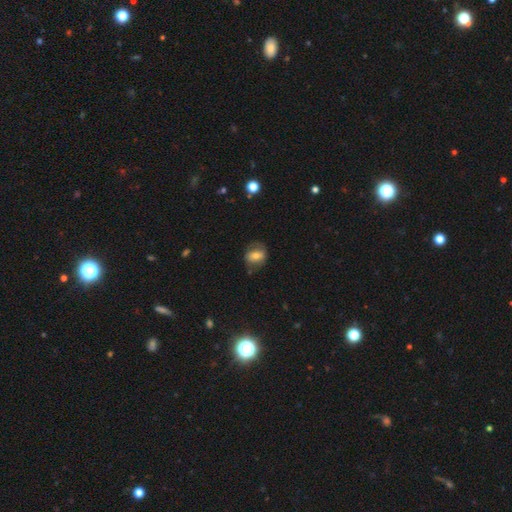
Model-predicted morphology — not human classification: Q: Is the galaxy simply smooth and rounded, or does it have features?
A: smooth — 58%.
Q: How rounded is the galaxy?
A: in between — 54%.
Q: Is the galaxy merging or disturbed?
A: none — 65%.